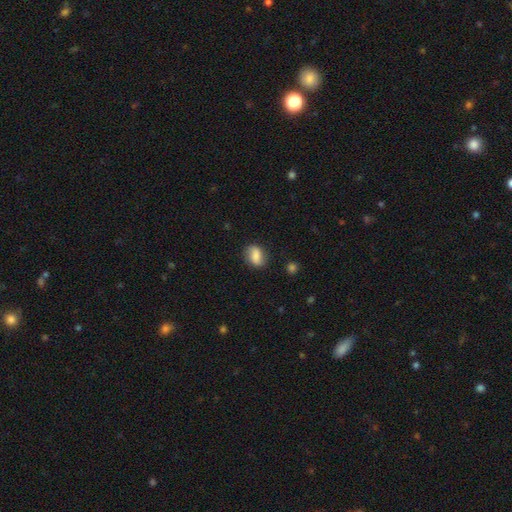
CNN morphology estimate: smooth-or-featured: smooth: 69% | featured or disk: 23% | star or artifact: 8%
  how-rounded: in between: 71% | round: 27% | cigar-shaped: 2%
  merging: none: 77% | minor disturbance: 16% | major disturbance: 5% | merger: 2%